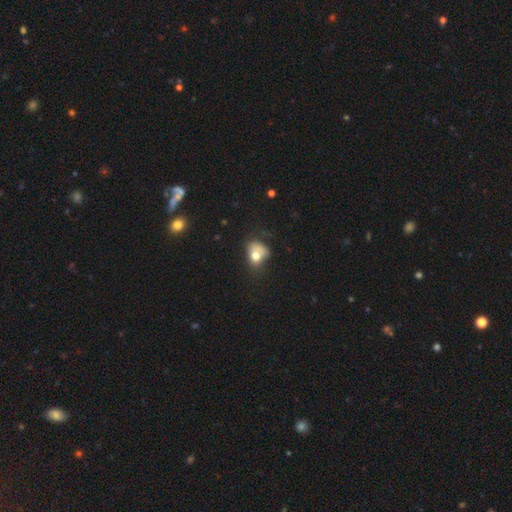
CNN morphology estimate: type=smooth (72%); roundness=in between (55%); merging=none (34%).